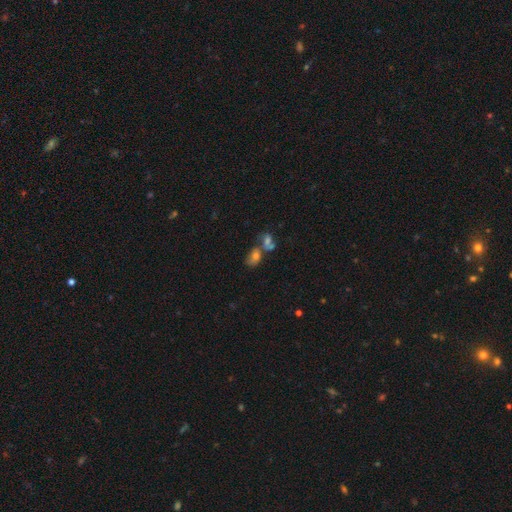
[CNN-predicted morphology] Smooth or featured?
  - smooth: 55% *
  - featured or disk: 22%
  - star or artifact: 22%
How rounded?
  - in between: 74% *
  - round: 23%
  - cigar-shaped: 3%
Merging?
  - merger: 49% *
  - none: 33%
  - minor disturbance: 10%
  - major disturbance: 7%